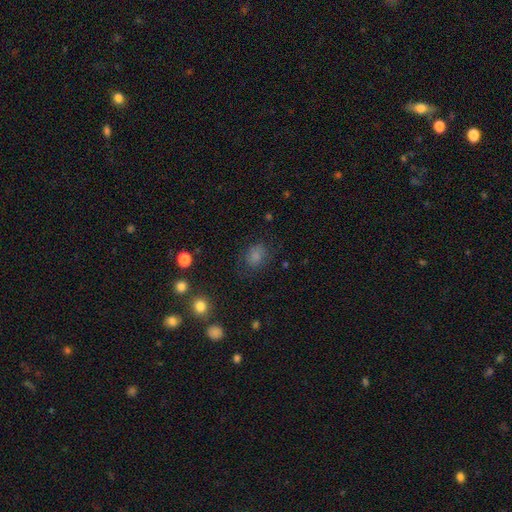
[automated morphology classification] smooth-or-featured: smooth: 77% | star or artifact: 14% | featured or disk: 9%
  how-rounded: in between: 53% | round: 46% | cigar-shaped: 1%
  merging: none: 69% | minor disturbance: 19% | major disturbance: 10% | merger: 2%